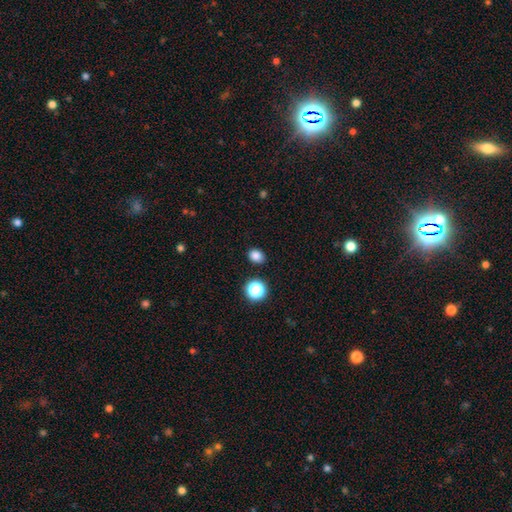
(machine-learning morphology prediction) Overall: smooth (83%). How rounded: in between (53%; round 46%). Merging: none (88%).